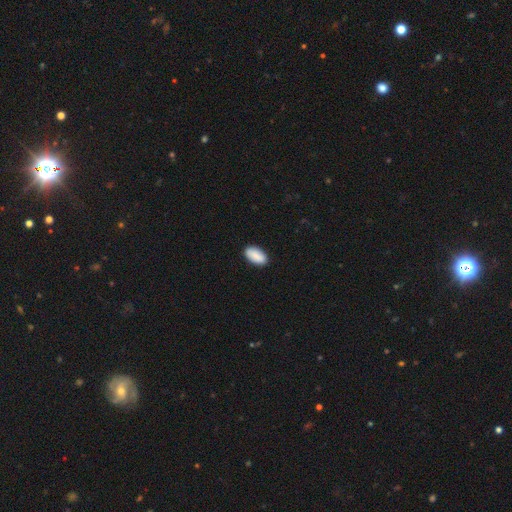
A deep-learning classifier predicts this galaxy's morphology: smooth 89%, star or artifact 6%, featured or disk 5%. Down the decision tree: how rounded — in between (94%); merging — none (88%).